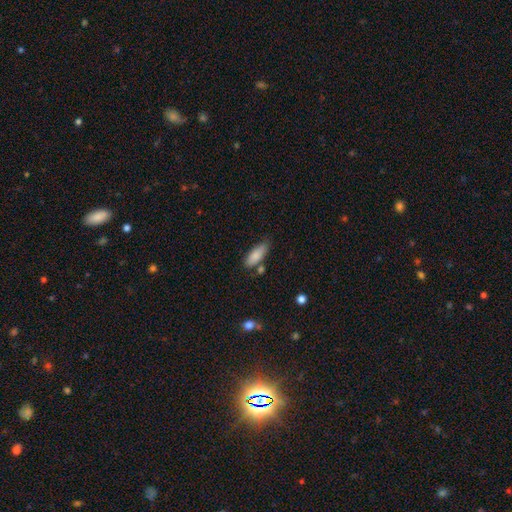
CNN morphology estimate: Smooth or featured?
  - smooth: 85% *
  - featured or disk: 9%
  - star or artifact: 6%
How rounded?
  - in between: 69% *
  - cigar-shaped: 28%
  - round: 2%
Merging?
  - none: 70% *
  - minor disturbance: 19%
  - merger: 8%
  - major disturbance: 4%